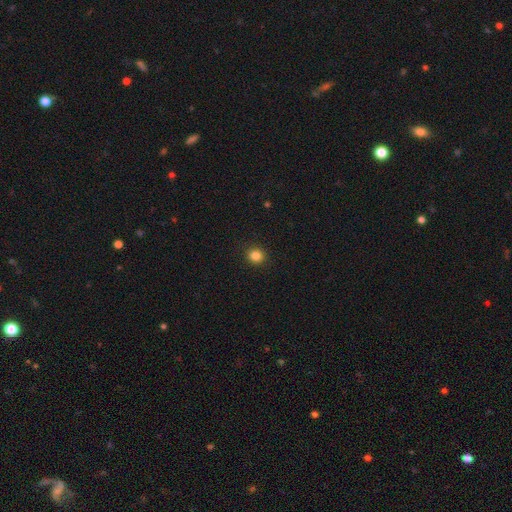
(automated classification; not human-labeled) Overall: smooth (85%). How rounded: round (86%). Merging: none (92%).